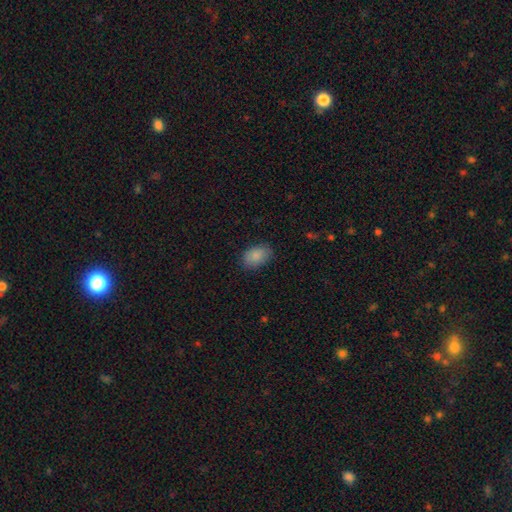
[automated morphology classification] Overall: smooth (88%). How rounded: in between (86%). Merging: none (85%).